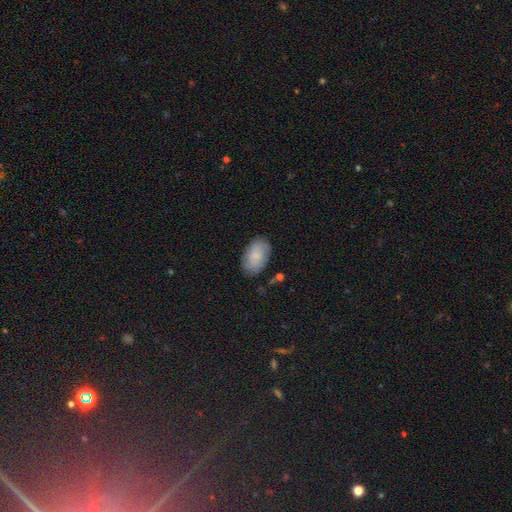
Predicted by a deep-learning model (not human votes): Morphology: type=smooth (82%); roundness=in between (93%); merging=none (82%).